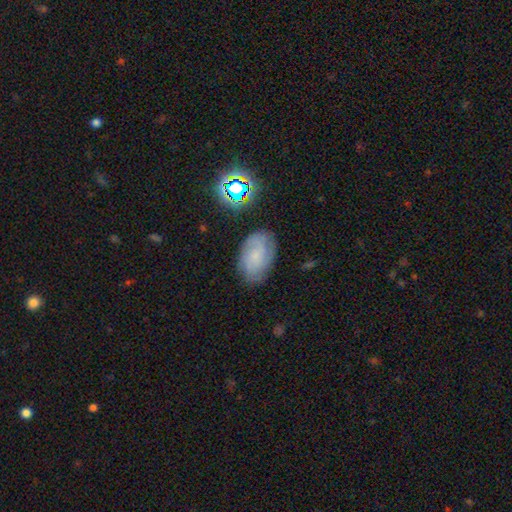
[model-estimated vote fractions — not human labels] Morphology: type=featured or disk (44%); merging=none (76%).